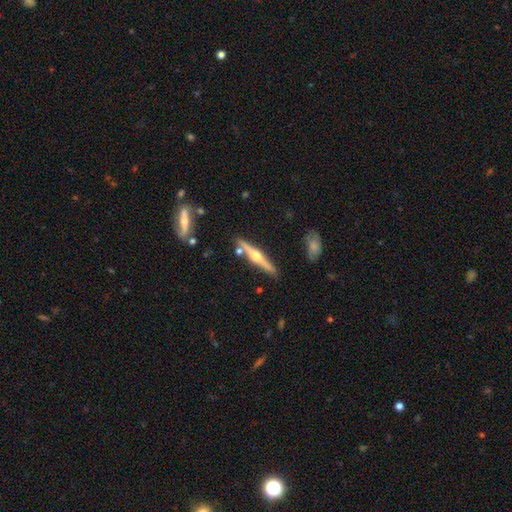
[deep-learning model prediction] Overall: featured or disk (77%). Edge-on disk: yes (98%). Edge-on bulge: rounded (96%). Merging: none (85%).